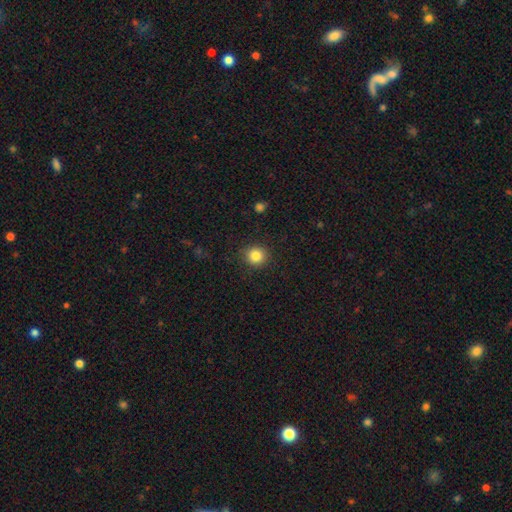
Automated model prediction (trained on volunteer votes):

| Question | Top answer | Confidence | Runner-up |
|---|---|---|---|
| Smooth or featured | smooth | 84% | star or artifact (11%) |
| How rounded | round | 90% | in between (9%) |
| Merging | none | 90% | minor disturbance (6%) |